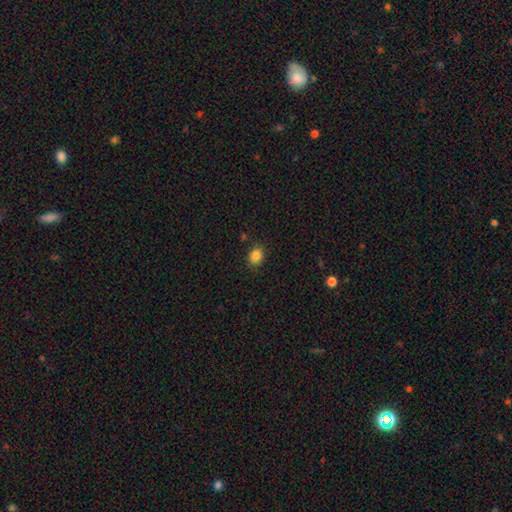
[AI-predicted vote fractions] Smooth or featured: smooth — 85% (star or artifact — 11%)
How rounded: in between — 52% (round — 47%)
Merging: none — 84% (minor disturbance — 11%)